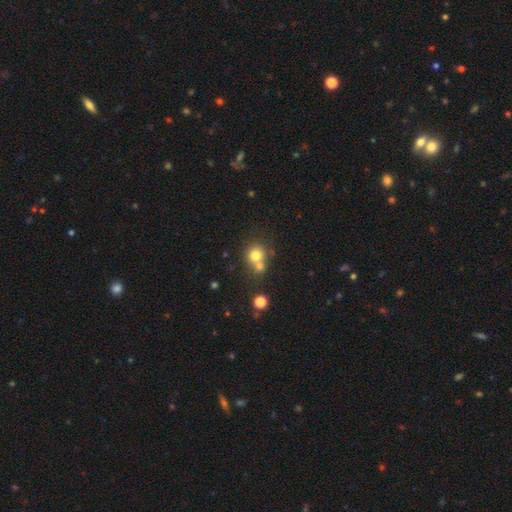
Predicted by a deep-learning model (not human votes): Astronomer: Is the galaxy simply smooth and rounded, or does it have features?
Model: smooth — 74%.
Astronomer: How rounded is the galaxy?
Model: round — 83%.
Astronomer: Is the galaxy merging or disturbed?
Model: merger — 45% (runner-up: none, 44%).